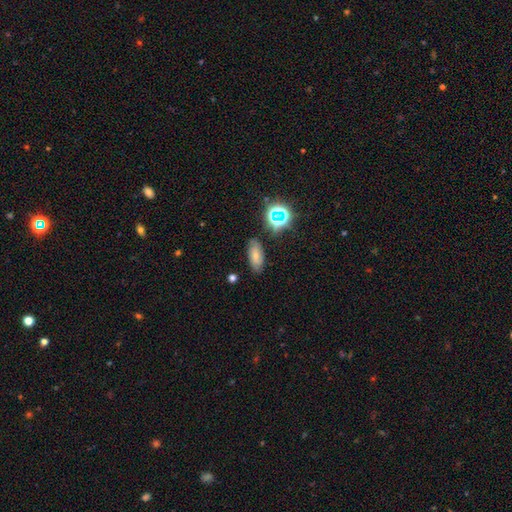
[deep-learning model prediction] A smooth galaxy with no disk features (60%) that is in between round and cigar-shaped (84%). Merging: none (79%).